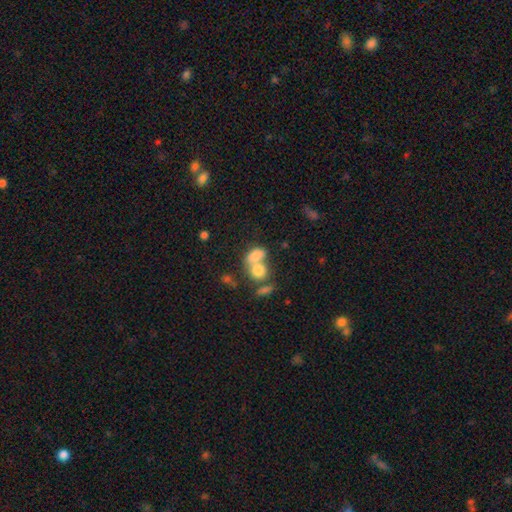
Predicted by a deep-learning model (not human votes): Morphology: type=smooth (76%); roundness=in between (69%); merging=merger (63%).